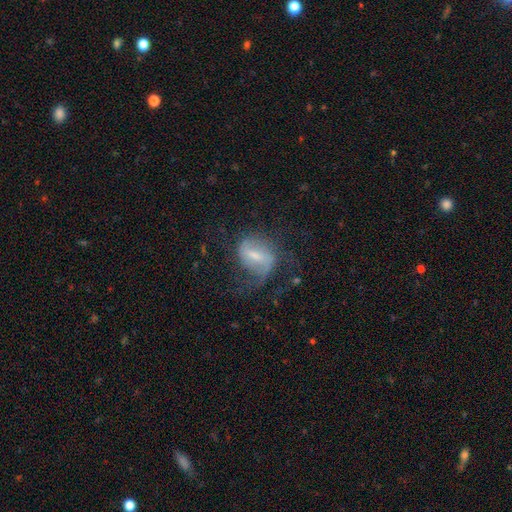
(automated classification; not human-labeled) Smooth or featured: featured or disk — 68% (smooth — 24%)
Edge-on disk: no — 95% (yes — 5%)
Bar: weak — 45% (strong — 42%)
Spiral arms: yes — 82% (no — 18%)
Spiral winding: loose — 48% (medium — 38%)
Spiral arm count: 2 — 60% (1 — 20%)
Bulge size: small — 44% (moderate — 37%)
Merging: none — 44% (major disturbance — 32%)